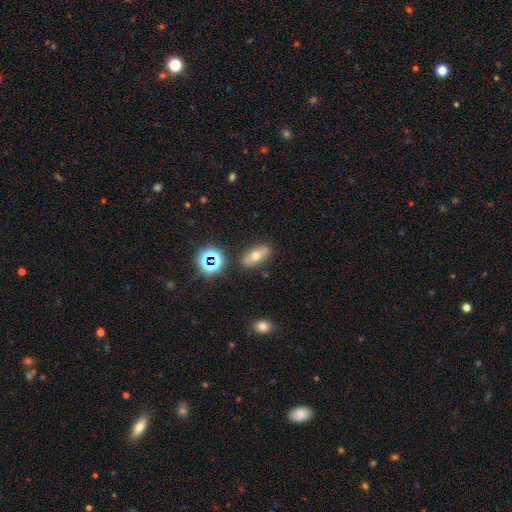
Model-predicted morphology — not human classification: A smooth galaxy with no disk features (53%) that is in between round and cigar-shaped (69%). Merging: none (84%).